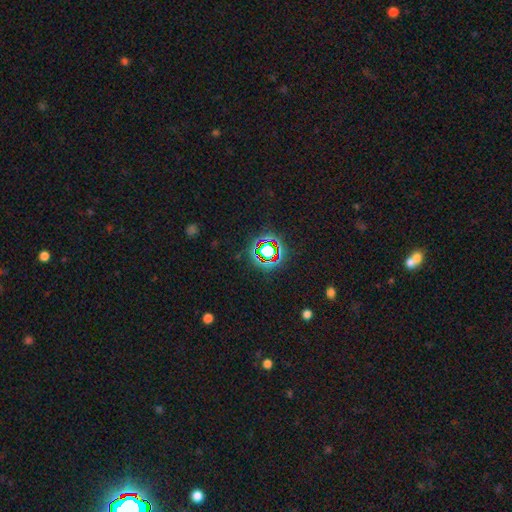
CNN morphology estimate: Smooth or featured: star or artifact — 78% (smooth — 14%)